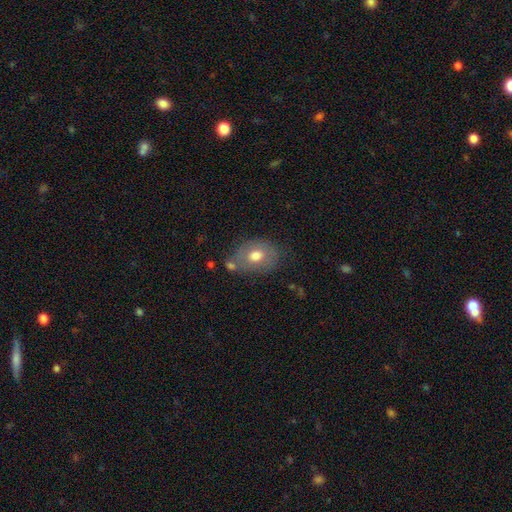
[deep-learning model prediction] This is likely a smooth galaxy (65%). How rounded: likely in between (69%). Merging: possibly none (57%).